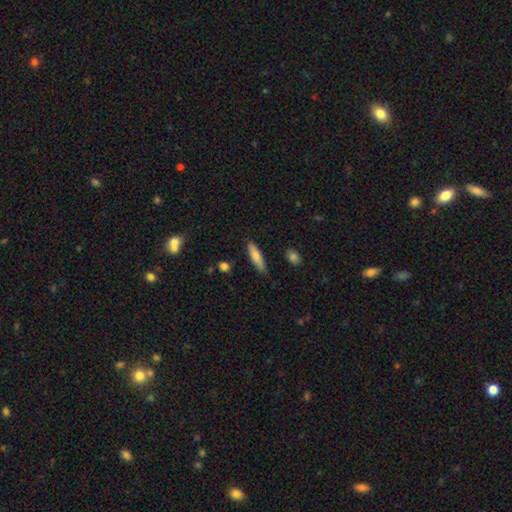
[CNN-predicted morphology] A smooth galaxy with no disk features (77%) that is cigar-shaped (72%). Merging: none (83%).